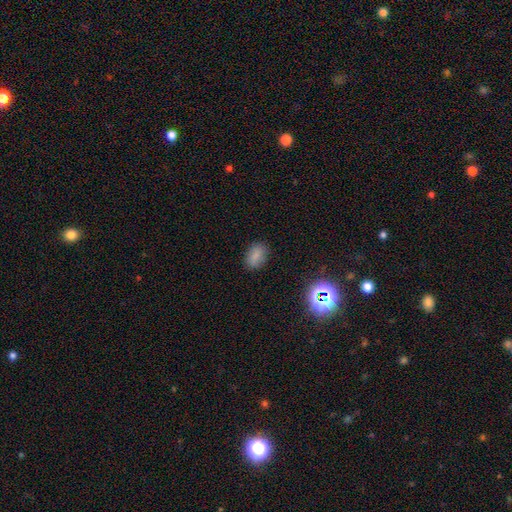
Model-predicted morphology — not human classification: Smooth or featured: smooth — 80% (star or artifact — 14%)
How rounded: in between — 84% (round — 14%)
Merging: none — 83% (minor disturbance — 12%)